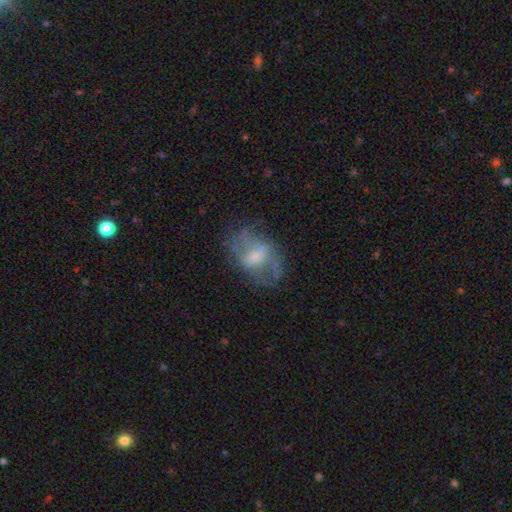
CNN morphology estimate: Q: Smooth or featured?
A: featured or disk (63%); runner-up: smooth (27%)
Q: Edge-on disk?
A: no (95%); runner-up: yes (5%)
Q: Bar?
A: weak (47%); runner-up: no (38%)
Q: Spiral arms?
A: yes (58%); runner-up: no (42%)
Q: Bulge size?
A: moderate (42%); runner-up: small (36%)
Q: Merging?
A: none (56%); runner-up: minor disturbance (21%)